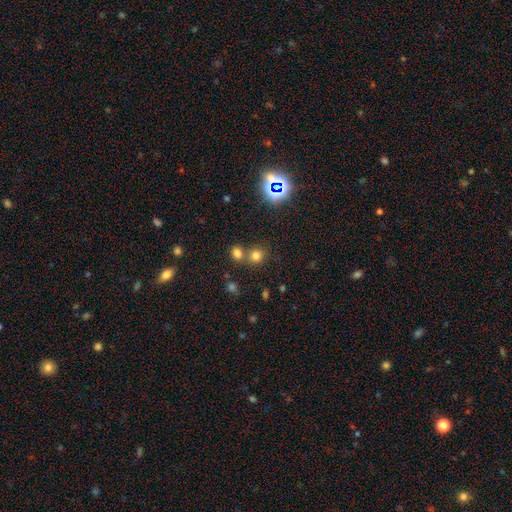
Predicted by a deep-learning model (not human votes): The model was most divided on "merging": none: 58%, merger: 31%, minor disturbance: 7%, major disturbance: 3%. More confident: how rounded — round (85%); smooth or featured — smooth (72%).